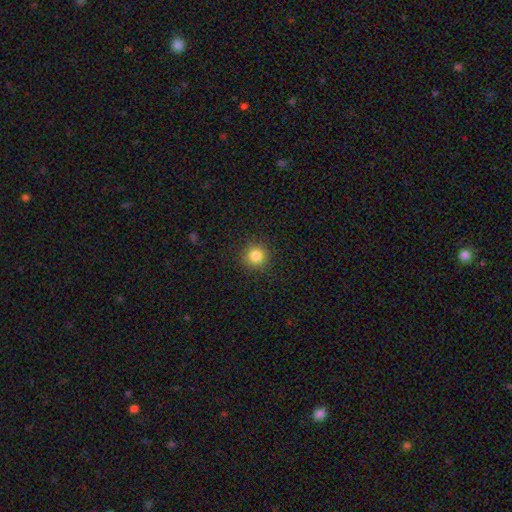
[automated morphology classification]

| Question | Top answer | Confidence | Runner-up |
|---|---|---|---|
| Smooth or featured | smooth | 83% | star or artifact (12%) |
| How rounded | round | 94% | in between (5%) |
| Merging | none | 90% | minor disturbance (6%) |